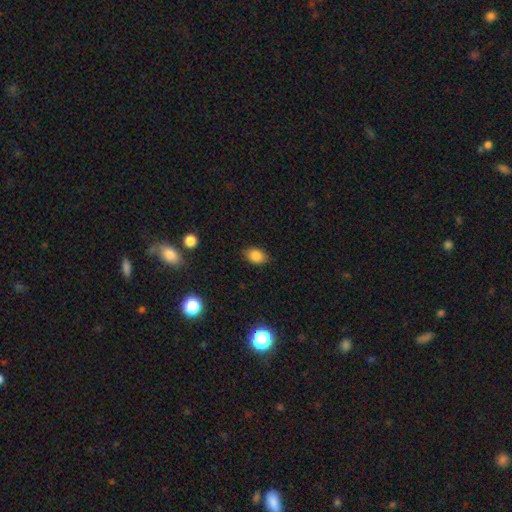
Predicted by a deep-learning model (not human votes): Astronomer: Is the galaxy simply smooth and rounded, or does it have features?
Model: smooth — 85%.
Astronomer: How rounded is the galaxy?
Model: in between — 76%.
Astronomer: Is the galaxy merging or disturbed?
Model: none — 84%.